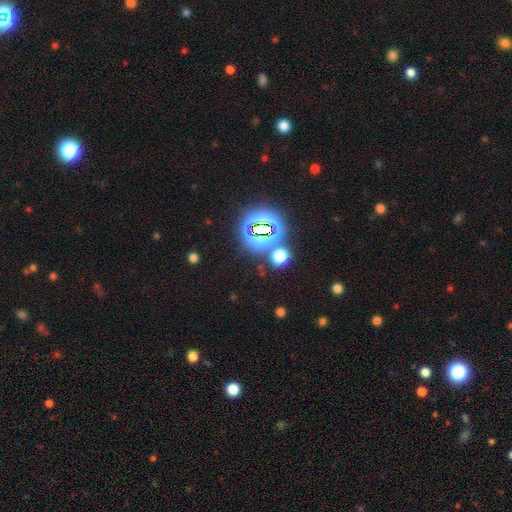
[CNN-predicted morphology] Smooth or featured? star or artifact (79%)